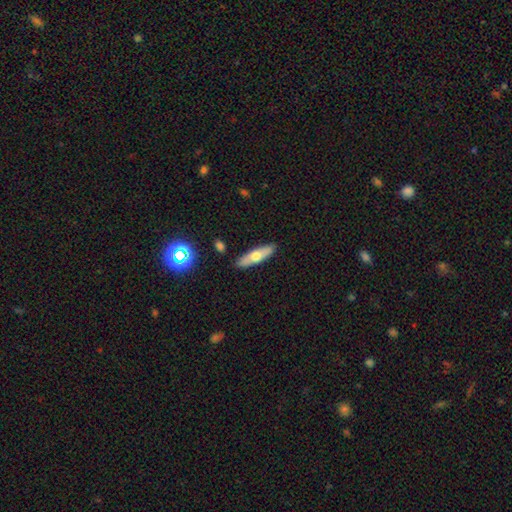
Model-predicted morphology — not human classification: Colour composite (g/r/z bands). It shows a smooth galaxy with no disk features (55%) that is cigar-shaped (58%). Merging: none (87%).